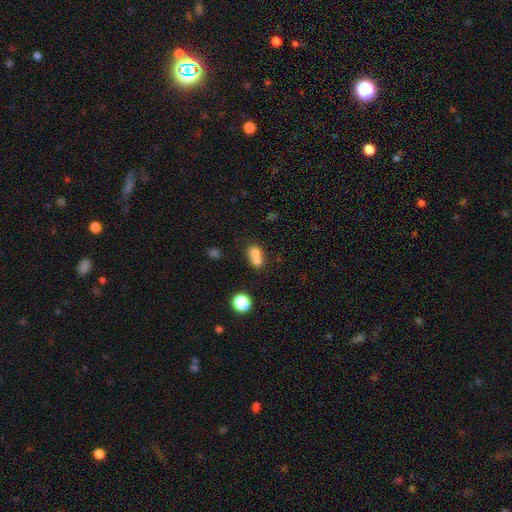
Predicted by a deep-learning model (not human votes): Smooth or featured? smooth (71%)
How rounded? round (56%)
Merging? merger (65%)